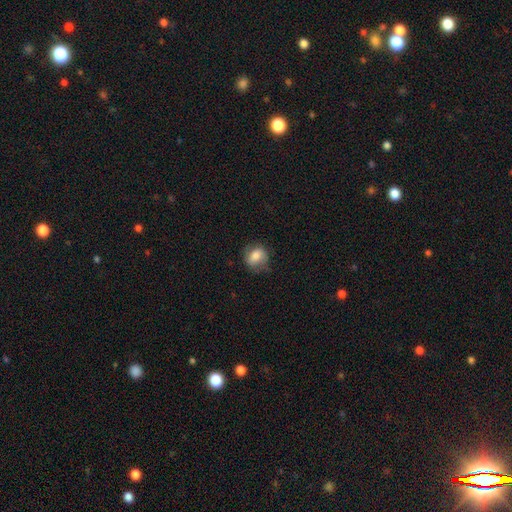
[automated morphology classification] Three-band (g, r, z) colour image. It shows a smooth galaxy with no disk features (73%) that is round (55%). Merging: none (66%).